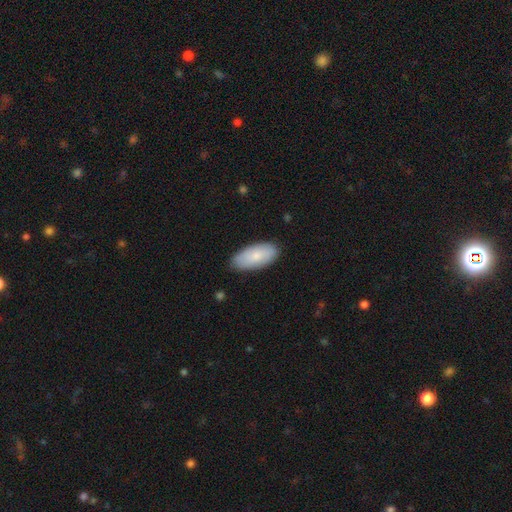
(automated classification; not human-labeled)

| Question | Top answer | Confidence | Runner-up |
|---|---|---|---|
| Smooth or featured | smooth | 79% | featured or disk (16%) |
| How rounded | in between | 92% | cigar-shaped (6%) |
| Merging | none | 84% | minor disturbance (13%) |